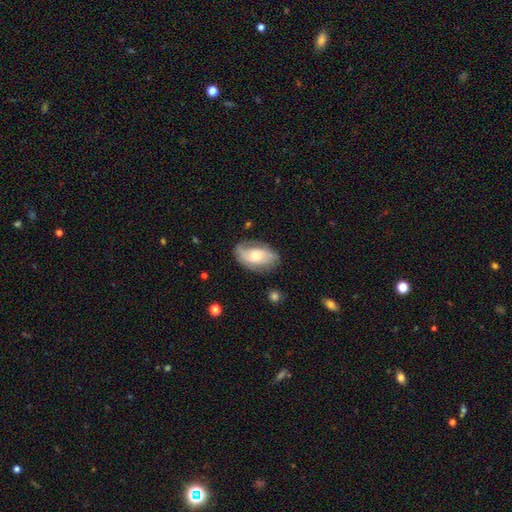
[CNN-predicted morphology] Smooth or featured? Predicted: featured or disk (p=0.62). Edge-on disk? Predicted: no (p=0.95). Bar? Predicted: no (p=0.65). Spiral arms? Predicted: yes (p=0.86). Spiral winding? Predicted: medium (p=0.40). Spiral arm count? Predicted: 2 (p=0.66). Bulge size? Predicted: moderate (p=0.47). Merging? Predicted: none (p=0.69).